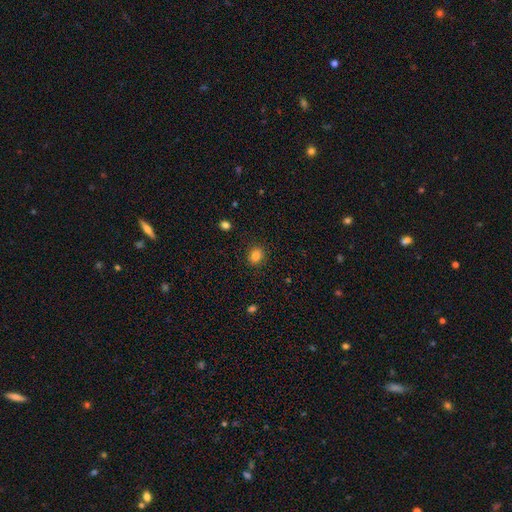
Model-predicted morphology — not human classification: smooth 83%, star or artifact 11%, featured or disk 5%. Down the decision tree: how rounded — round (65%); merging — none (88%).